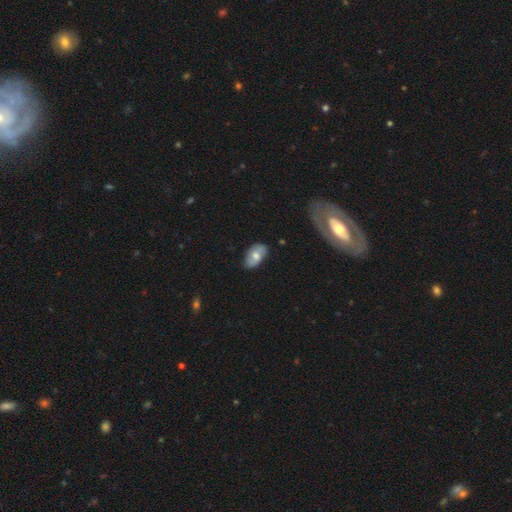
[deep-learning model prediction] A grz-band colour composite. It shows a smooth galaxy with no disk features (59%) that is in between round and cigar-shaped (93%). Merging: none (75%).